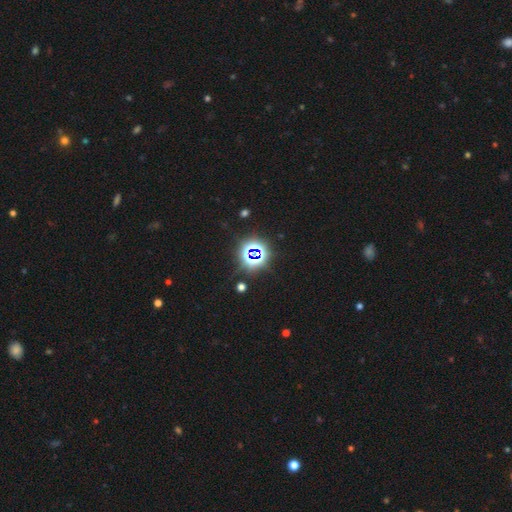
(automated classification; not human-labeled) Smooth or featured?
  - star or artifact: 77% *
  - smooth: 15%
  - featured or disk: 8%